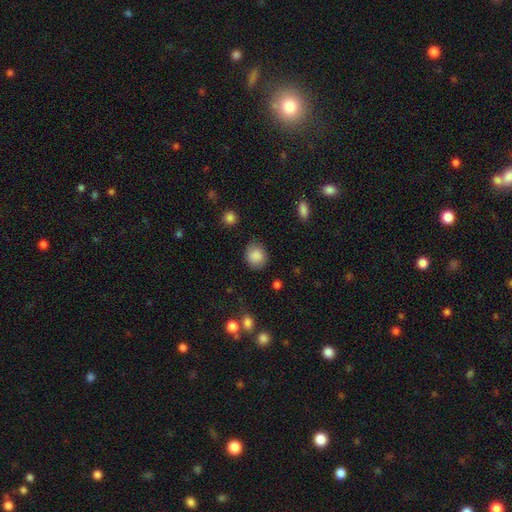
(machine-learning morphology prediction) A smooth galaxy with no disk features (87%) that is round (73%).

Vote fractions:
- Smooth or featured? smooth: 87% / star or artifact: 8% / featured or disk: 4%
- How rounded? round: 73% / in between: 26% / cigar-shaped: 1%
- Merging? none: 79% / minor disturbance: 15% / major disturbance: 4% / merger: 2%